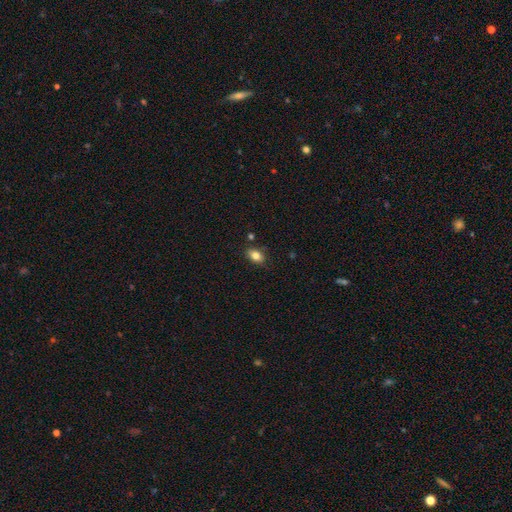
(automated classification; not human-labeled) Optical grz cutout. It shows a smooth galaxy with no disk features (81%) that is in between round and cigar-shaped (83%). Merging: none (82%).